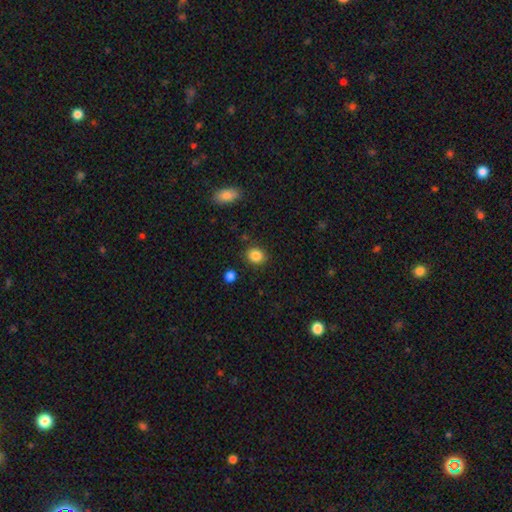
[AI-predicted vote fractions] The model was most divided on "how rounded": round: 72%, in between: 27%, cigar-shaped: 1%. More confident: merging — none (87%); smooth or featured — smooth (86%).